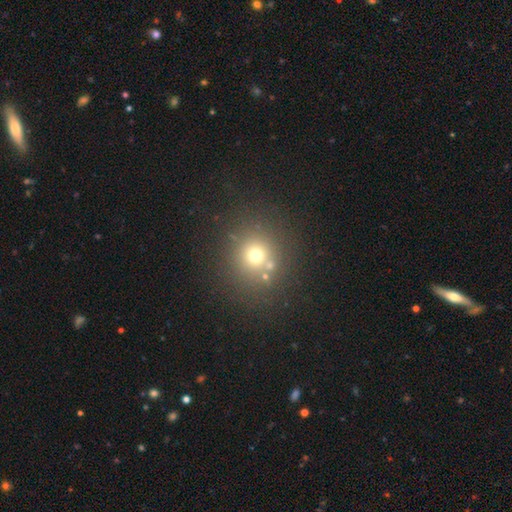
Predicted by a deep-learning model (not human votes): This appears to be a smooth galaxy with no disk features (66%) that is round (90%). Merging: none (75%).